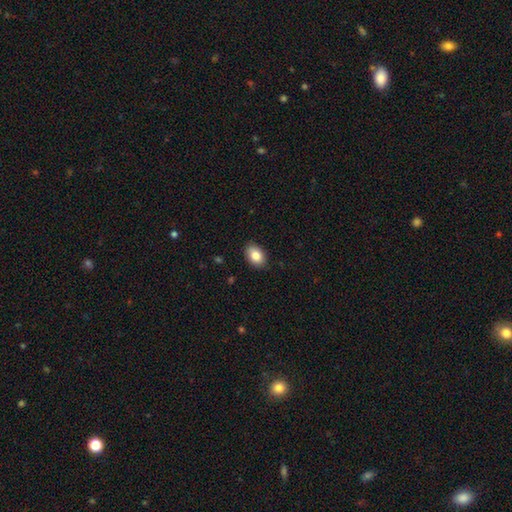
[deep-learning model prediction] A smooth galaxy with no disk features (84%) that is in between round and cigar-shaped (85%). Merging: none (88%).